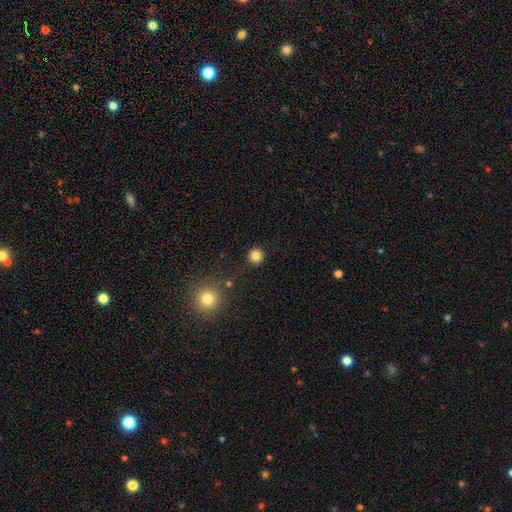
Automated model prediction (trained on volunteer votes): smooth-or-featured: smooth: 83% | star or artifact: 13% | featured or disk: 4%
  how-rounded: round: 95% | in between: 4% | cigar-shaped: 1%
  merging: none: 91% | minor disturbance: 5% | merger: 2% | major disturbance: 2%